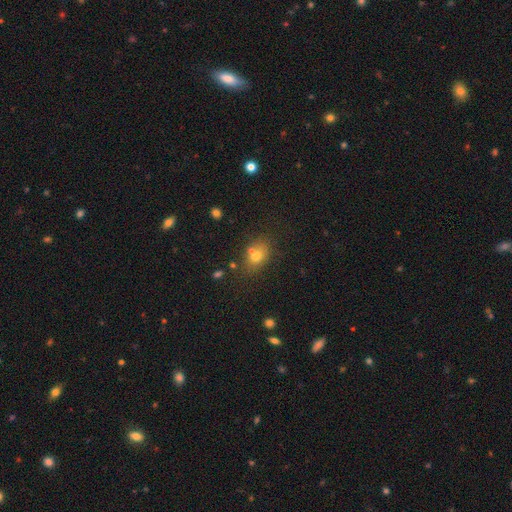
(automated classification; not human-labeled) Smooth or featured?
  - smooth: 68% *
  - featured or disk: 17%
  - star or artifact: 16%
How rounded?
  - in between: 63% *
  - round: 35%
  - cigar-shaped: 2%
Merging?
  - none: 56% *
  - merger: 26%
  - minor disturbance: 13%
  - major disturbance: 5%